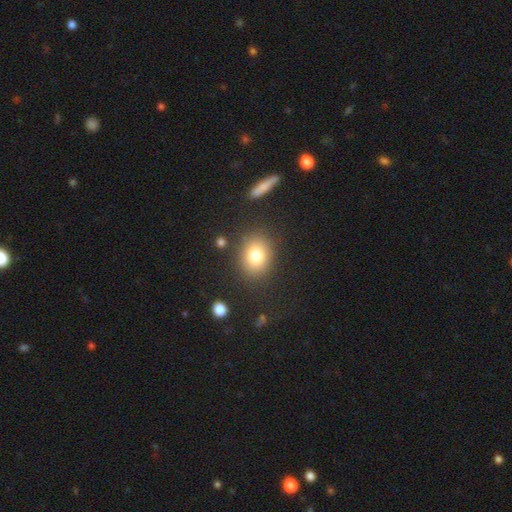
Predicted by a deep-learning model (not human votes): This appears to be a smooth galaxy with no disk features (79%) that is round (52%). Merging: none (84%).